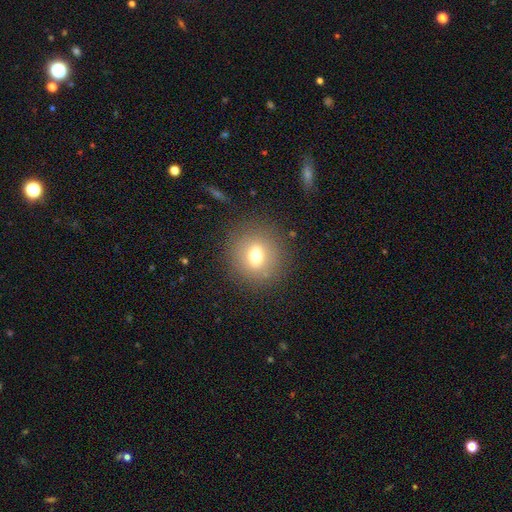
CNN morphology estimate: smooth-or-featured: smooth: 66% | featured or disk: 21% | star or artifact: 13%
  how-rounded: round: 81% | in between: 18% | cigar-shaped: 1%
  merging: none: 85% | minor disturbance: 9% | major disturbance: 5% | merger: 1%